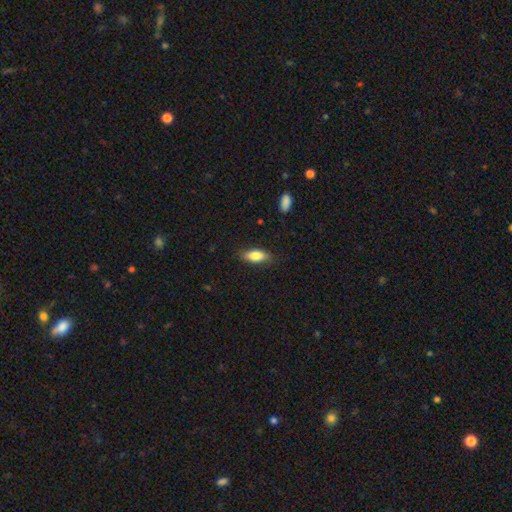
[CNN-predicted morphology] This appears to be a smooth galaxy with no disk features (80%) that is in between round and cigar-shaped (75%). Merging: none (82%).